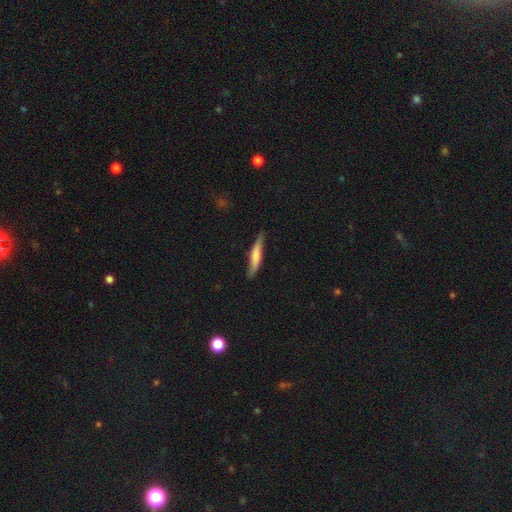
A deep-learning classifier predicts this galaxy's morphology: This appears to be a smooth galaxy with no disk features (65%) that is cigar-shaped (89%). Merging: none (78%).